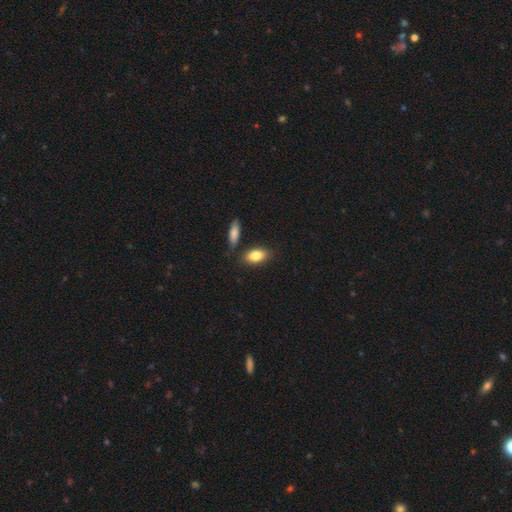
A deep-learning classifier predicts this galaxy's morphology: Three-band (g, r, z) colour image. It shows a smooth galaxy with no disk features (83%) that is in between round and cigar-shaped (89%). Merging: none (78%).